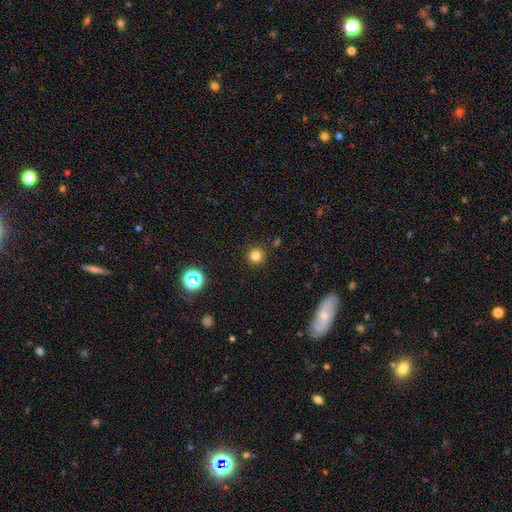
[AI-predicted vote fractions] Smooth or featured? Predicted: smooth (p=0.79). How rounded? Predicted: round (p=0.95). Merging? Predicted: none (p=0.91).